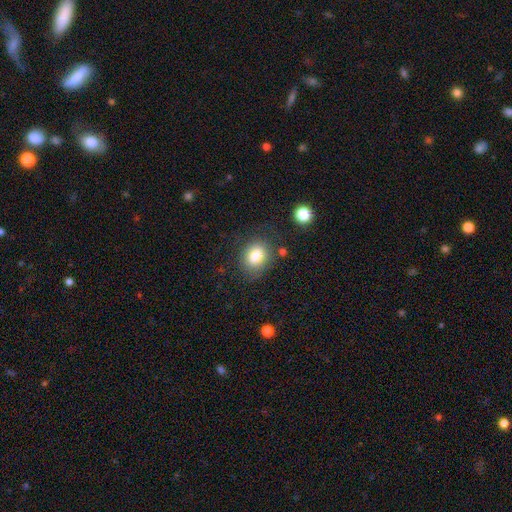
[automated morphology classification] Smooth or featured: smooth — 81% (featured or disk — 9%)
How rounded: in between — 57% (round — 42%)
Merging: none — 73% (minor disturbance — 16%)